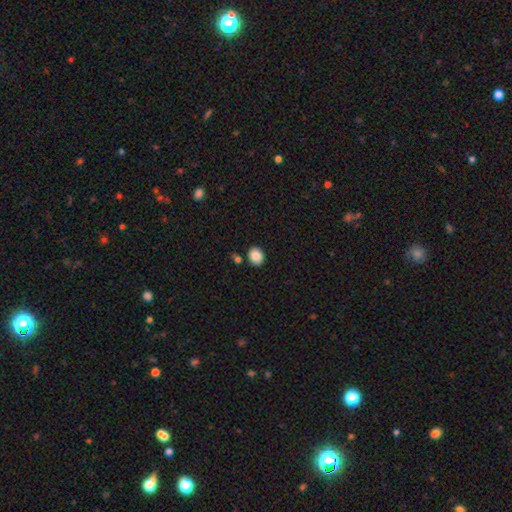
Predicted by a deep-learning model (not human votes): This is clearly a smooth galaxy (87%). How rounded: possibly round (52%). Merging: clearly none (85%).